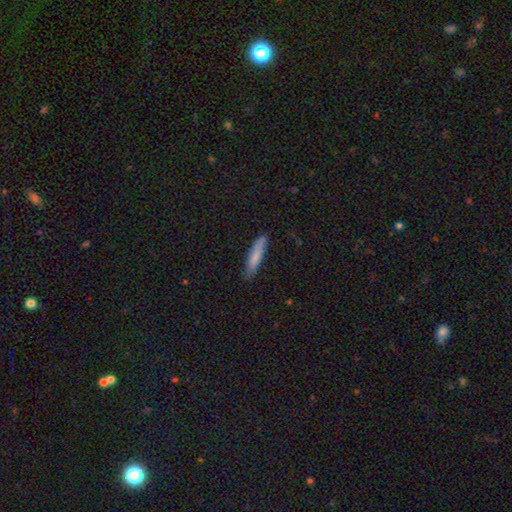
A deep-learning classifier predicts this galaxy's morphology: This is likely a smooth galaxy (78%). How rounded: clearly cigar-shaped (85%). Merging: clearly none (84%).